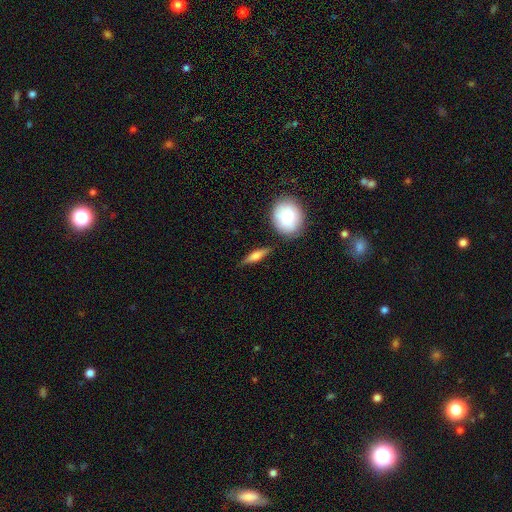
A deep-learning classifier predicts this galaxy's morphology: Smooth or featured? Predicted: featured or disk (p=0.50). Merging? Predicted: none (p=0.81).